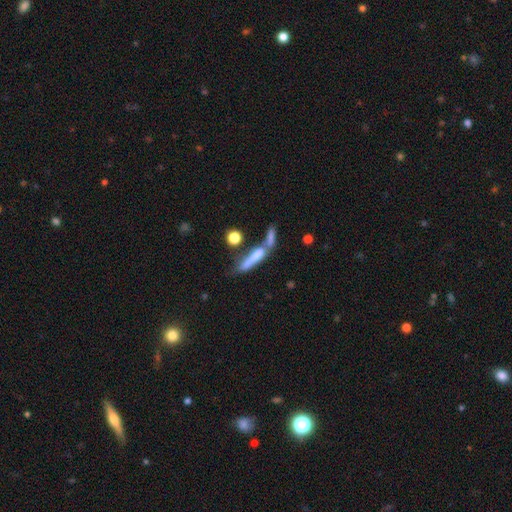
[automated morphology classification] The model was most divided on "merging": merger: 41%, none: 31%, minor disturbance: 15%, major disturbance: 14%. More confident: how rounded — cigar-shaped (76%); smooth or featured — smooth (52%).